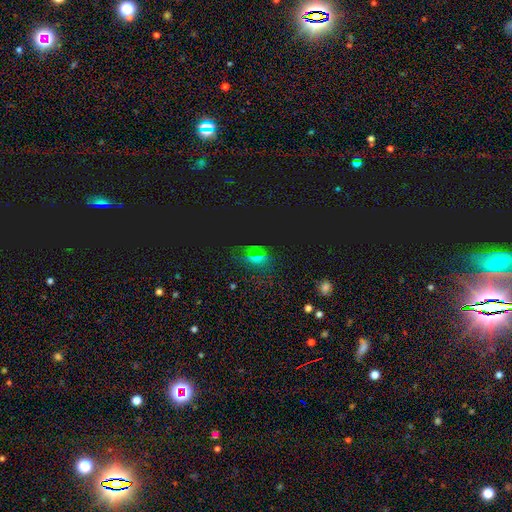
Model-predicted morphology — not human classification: This is possibly a star or artifact rather than a galaxy (58%).